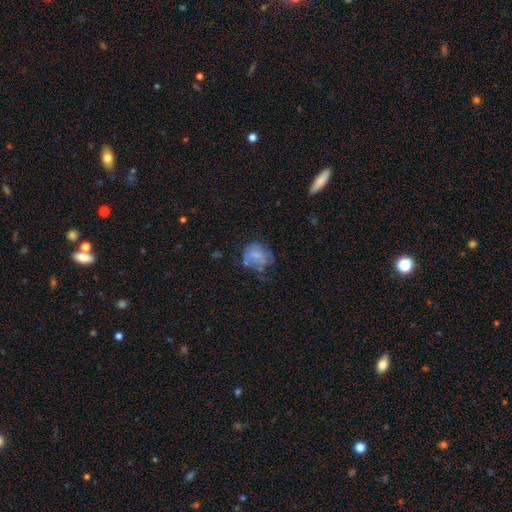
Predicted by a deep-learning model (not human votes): smooth_or_featured: smooth (p=0.49) [alt: featured or disk p=0.38]
merging: none (p=0.36) [alt: major disturbance p=0.31]